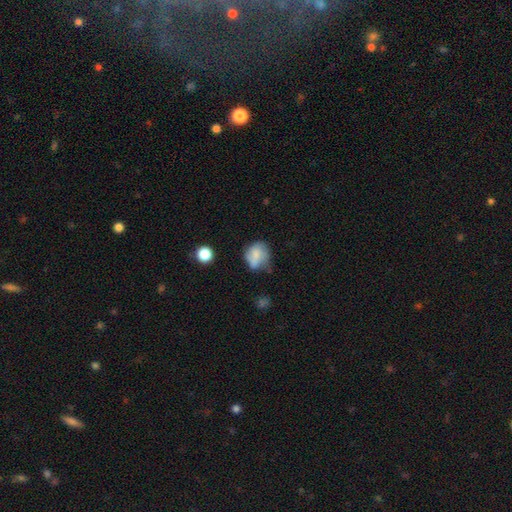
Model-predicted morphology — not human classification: smooth 65%, featured or disk 25%, star or artifact 10%. Down the decision tree: how rounded — round (57%); merging — none (39%).